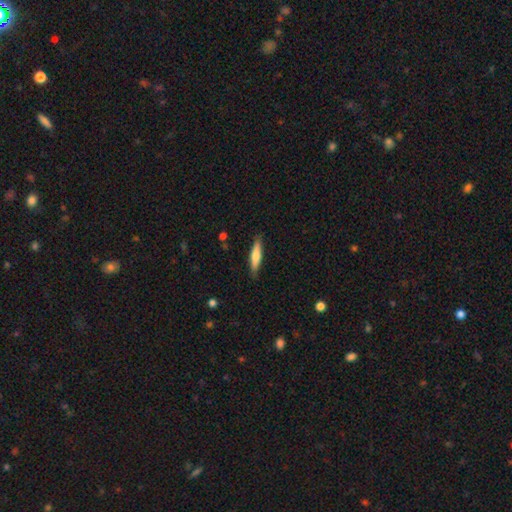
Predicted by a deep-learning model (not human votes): smooth_or_featured: smooth (p=0.62) [alt: featured or disk p=0.32]
how_rounded: cigar-shaped (p=0.82) [alt: in between p=0.17]
merging: none (p=0.87) [alt: minor disturbance p=0.10]